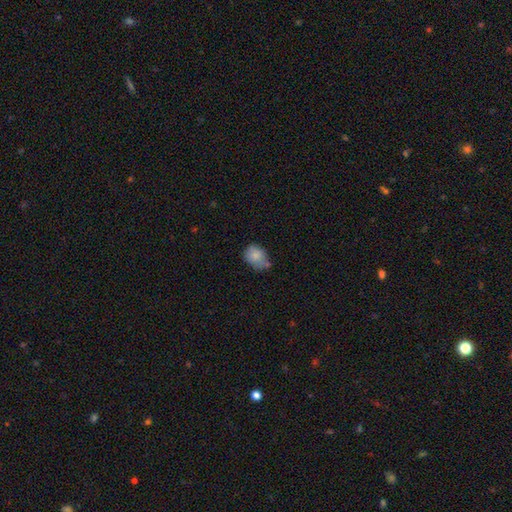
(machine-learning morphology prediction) This appears to be a smooth galaxy with no disk features (81%) that is round (57%). Merging: none (51%).